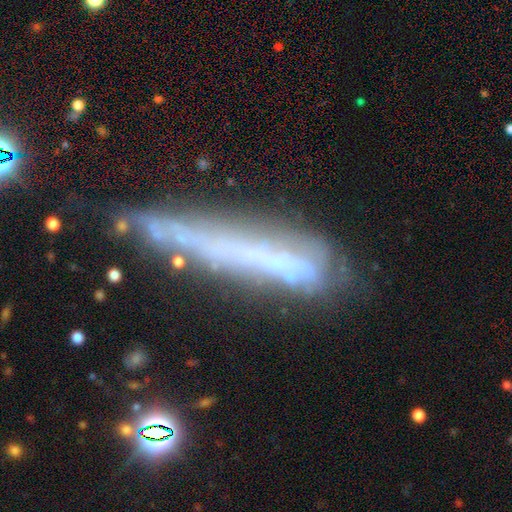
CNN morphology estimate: Smooth or featured: featured or disk — 54% (smooth — 32%)
Edge-on disk: yes — 75% (no — 25%)
Merging: none — 54% (minor disturbance — 27%)